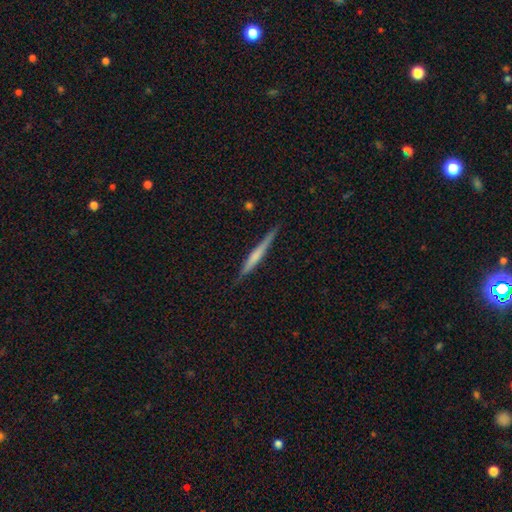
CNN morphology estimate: The model was most divided on "smooth or featured": featured or disk: 51%, smooth: 43%, star or artifact: 6%. More confident: edge-on disk — yes (97%); merging — none (87%).